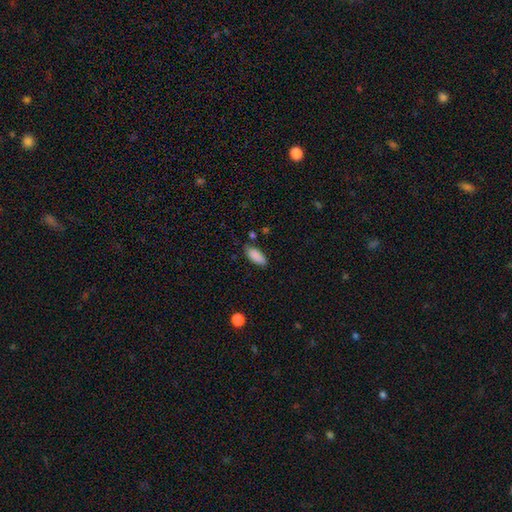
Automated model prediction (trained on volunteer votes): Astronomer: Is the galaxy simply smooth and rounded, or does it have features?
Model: smooth — 89%.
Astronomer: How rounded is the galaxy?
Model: in between — 85%.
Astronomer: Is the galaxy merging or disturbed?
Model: none — 76%.